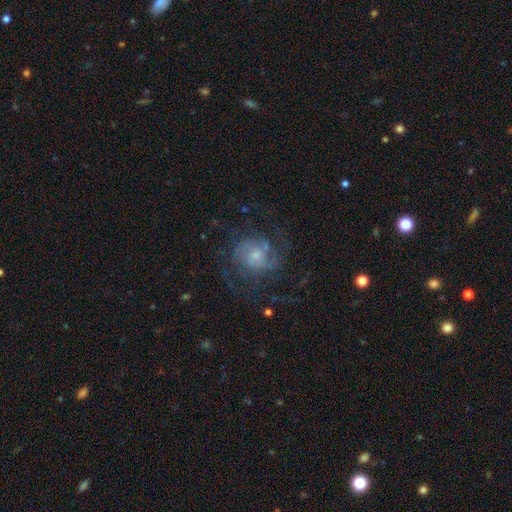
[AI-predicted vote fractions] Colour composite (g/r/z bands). It shows a featured or disk galaxy (77%) with no bar (63%), 2 (39%) medium (47%) spiral arms (90%) and a small central bulge (49%). Merging: none (63%).